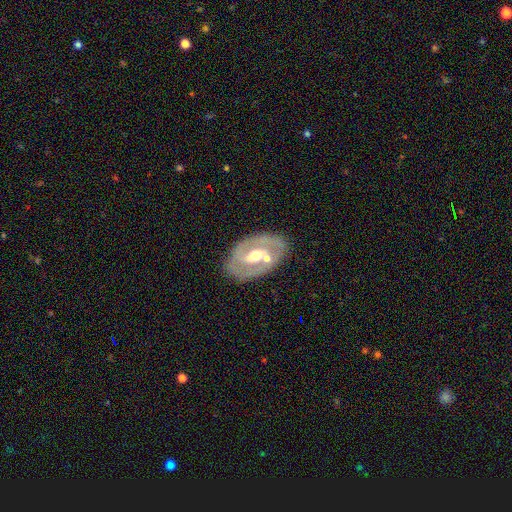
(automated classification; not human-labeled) Smooth or featured?
  - featured or disk: 76% *
  - smooth: 18%
  - star or artifact: 5%
Edge-on disk?
  - no: 93% *
  - yes: 7%
Bar?
  - weak: 37% *
  - strong: 31%
  - no: 31%
Spiral arms?
  - yes: 60% *
  - no: 40%
Bulge size?
  - moderate: 72% *
  - small: 18%
  - large: 8%
  - none: 1%
  - dominant: 1%
Merging?
  - none: 71% *
  - minor disturbance: 15%
  - merger: 9%
  - major disturbance: 5%